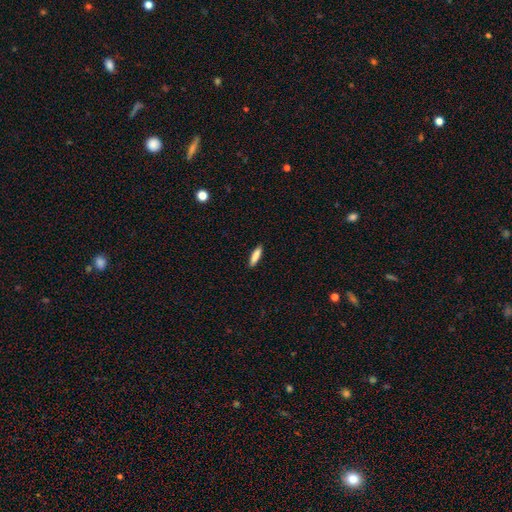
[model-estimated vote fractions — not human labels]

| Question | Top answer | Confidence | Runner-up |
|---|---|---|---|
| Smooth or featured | smooth | 85% | featured or disk (9%) |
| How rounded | cigar-shaped | 71% | in between (28%) |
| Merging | none | 90% | minor disturbance (8%) |